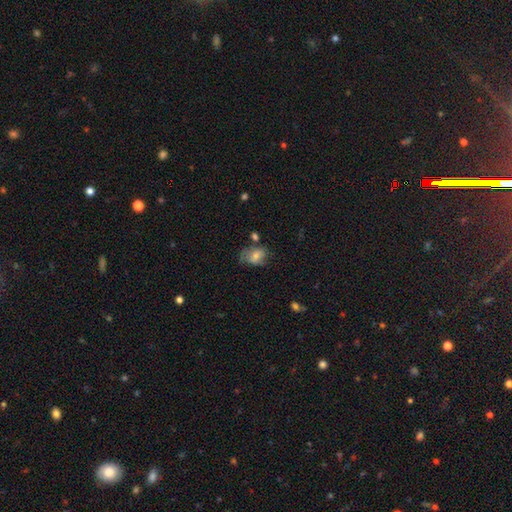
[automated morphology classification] A smooth galaxy with no disk features (65%) that is in between round and cigar-shaped (69%).

Vote fractions:
- Smooth or featured? smooth: 65% / featured or disk: 27% / star or artifact: 9%
- How rounded? in between: 69% / round: 30% / cigar-shaped: 1%
- Merging? none: 46% / minor disturbance: 32% / major disturbance: 16% / merger: 7%